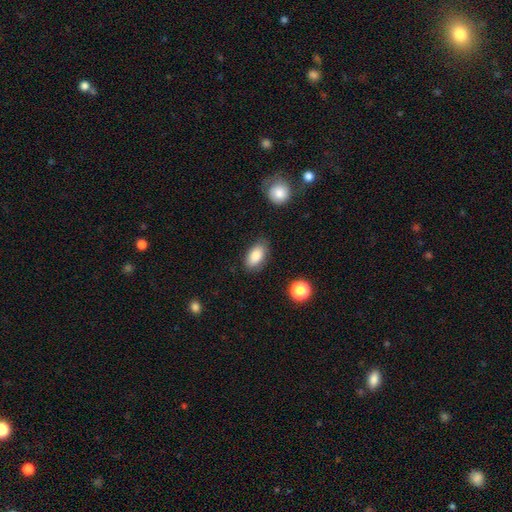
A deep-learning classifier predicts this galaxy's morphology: This is clearly a smooth galaxy (86%). How rounded: clearly in between (93%). Merging: clearly none (82%).